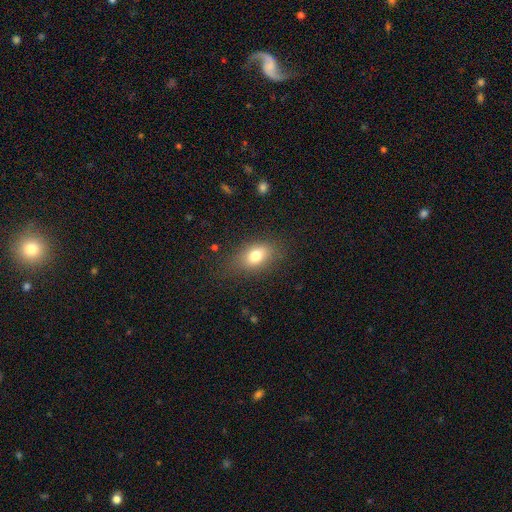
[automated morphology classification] A smooth galaxy with no disk features (76%) that is in between round and cigar-shaped (79%). Merging: none (76%).